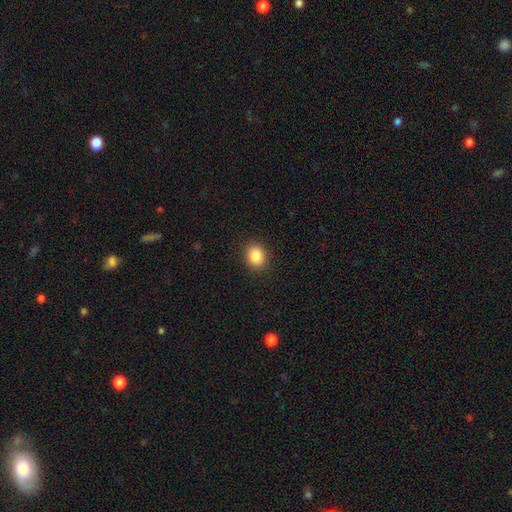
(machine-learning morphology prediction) Q: Smooth or featured?
A: smooth (87%); runner-up: star or artifact (9%)
Q: How rounded?
A: round (54%); runner-up: in between (45%)
Q: Merging?
A: none (90%); runner-up: minor disturbance (7%)